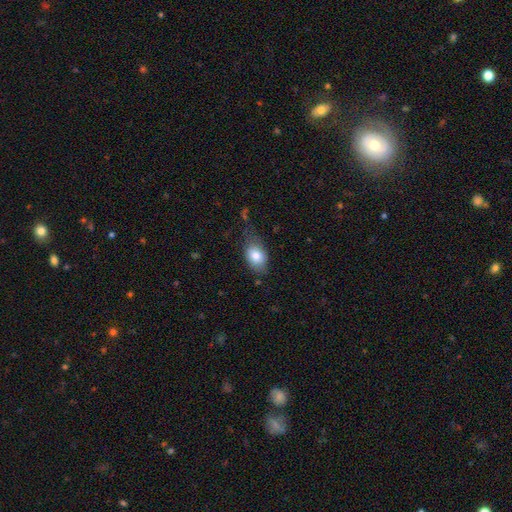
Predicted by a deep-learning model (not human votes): The model was most divided on "merging": none: 54%, minor disturbance: 30%, major disturbance: 13%, merger: 3%. More confident: smooth or featured — smooth (80%); how rounded — in between (80%).